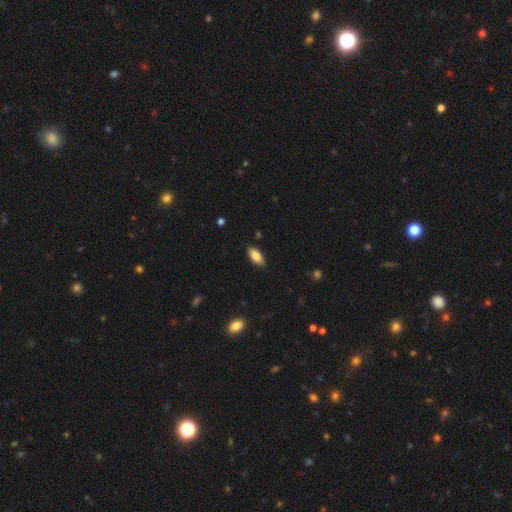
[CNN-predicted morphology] Overall: smooth (85%). How rounded: in between (89%). Merging: none (86%).